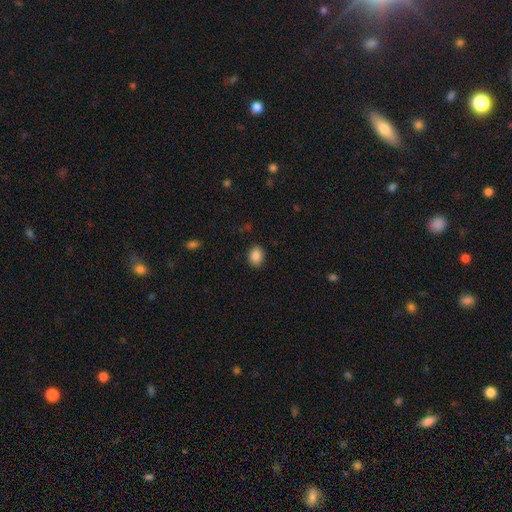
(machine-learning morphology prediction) Smooth or featured?
  - smooth: 88% *
  - star or artifact: 9%
  - featured or disk: 4%
How rounded?
  - in between: 56% *
  - round: 43%
  - cigar-shaped: 1%
Merging?
  - none: 88% *
  - minor disturbance: 8%
  - major disturbance: 2%
  - merger: 1%